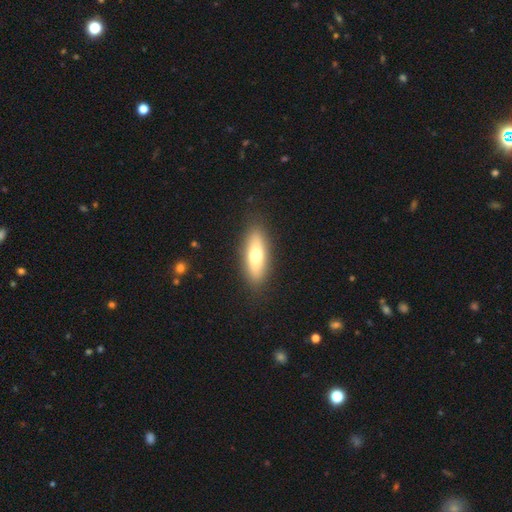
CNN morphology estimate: Smooth or featured? smooth (65%)
How rounded? in between (63%)
Merging? none (88%)